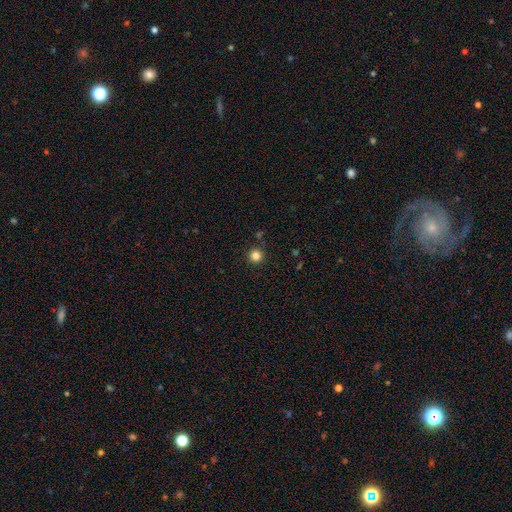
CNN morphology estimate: A smooth galaxy with no disk features (82%) that is round (96%).

Vote fractions:
- Smooth or featured? smooth: 82% / star or artifact: 13% / featured or disk: 4%
- How rounded? round: 96% / in between: 3% / cigar-shaped: 1%
- Merging? none: 90% / minor disturbance: 6% / merger: 3% / major disturbance: 2%